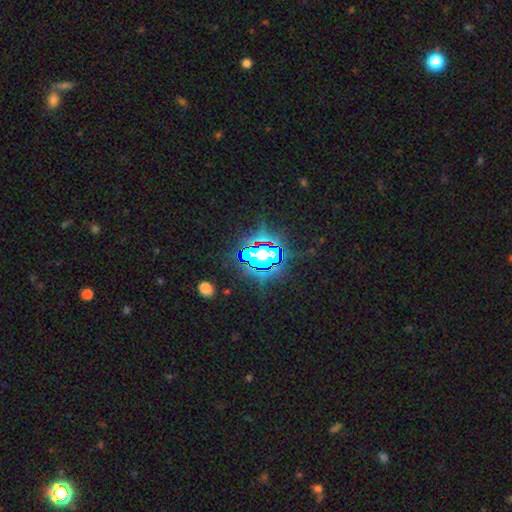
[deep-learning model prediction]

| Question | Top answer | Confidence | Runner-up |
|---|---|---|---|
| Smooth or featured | star or artifact | 74% | smooth (14%) |